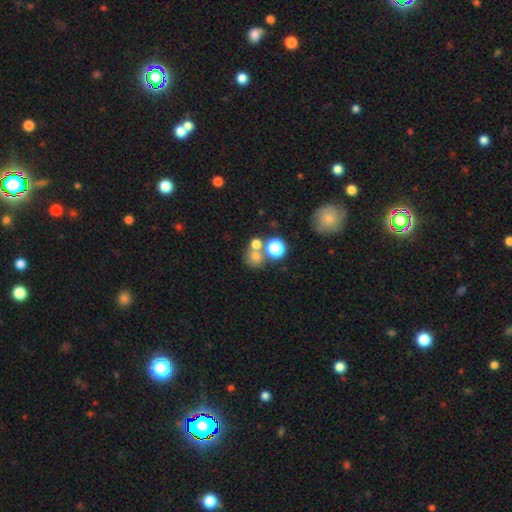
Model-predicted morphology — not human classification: smooth_or_featured: smooth (p=0.67) [alt: star or artifact p=0.20]
how_rounded: round (p=0.79) [alt: in between p=0.20]
merging: none (p=0.45) [alt: merger p=0.40]